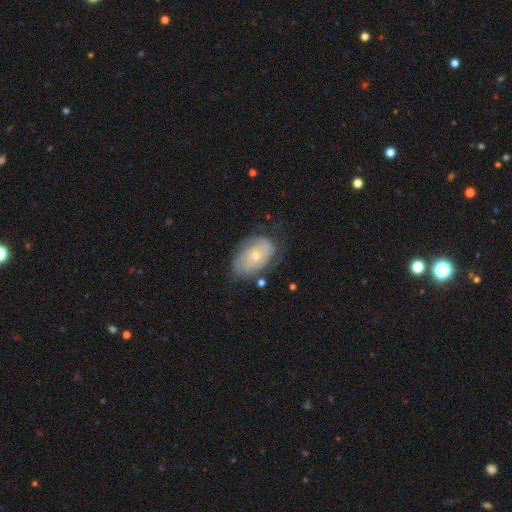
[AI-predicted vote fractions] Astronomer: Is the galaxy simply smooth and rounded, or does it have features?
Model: featured or disk — 66%.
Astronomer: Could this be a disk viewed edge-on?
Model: no — 95%.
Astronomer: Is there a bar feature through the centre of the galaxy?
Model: no — 74%.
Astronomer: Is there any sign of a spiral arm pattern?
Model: yes — 76%.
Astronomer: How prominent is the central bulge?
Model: small — 61%.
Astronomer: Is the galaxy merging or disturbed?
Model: none — 57%.